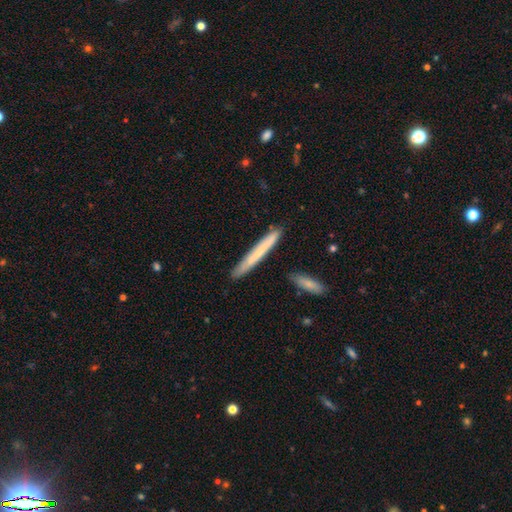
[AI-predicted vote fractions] smooth 62%, featured or disk 32%, star or artifact 7%. Down the decision tree: how rounded — cigar-shaped (97%); merging — none (87%).